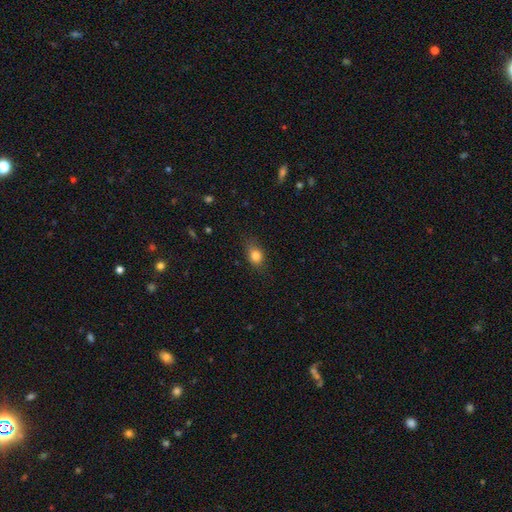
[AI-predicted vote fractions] Smooth or featured? Predicted: smooth (p=0.81). How rounded? Predicted: in between (p=0.60). Merging? Predicted: none (p=0.74).